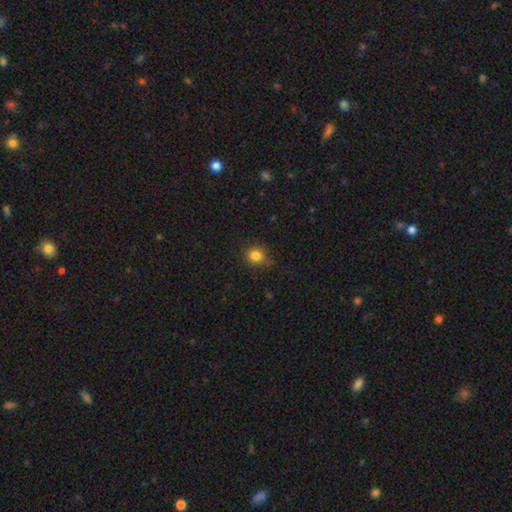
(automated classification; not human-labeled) Smooth or featured: smooth — 84% (star or artifact — 12%)
How rounded: round — 85% (in between — 14%)
Merging: none — 78% (minor disturbance — 16%)